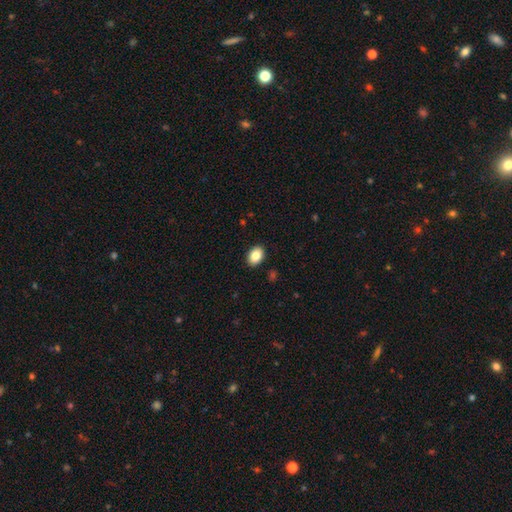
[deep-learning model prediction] Q: Smooth or featured?
A: smooth (85%); runner-up: star or artifact (8%)
Q: How rounded?
A: in between (77%); runner-up: round (22%)
Q: Merging?
A: none (90%); runner-up: minor disturbance (7%)